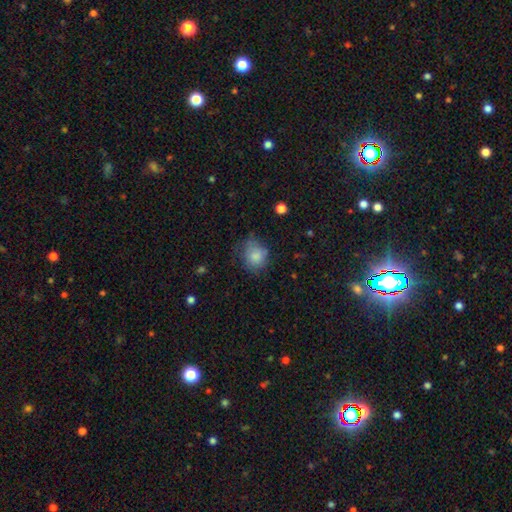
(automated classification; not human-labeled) Smooth or featured: smooth — 80% (featured or disk — 12%)
How rounded: round — 65% (in between — 34%)
Merging: none — 53% (minor disturbance — 31%)